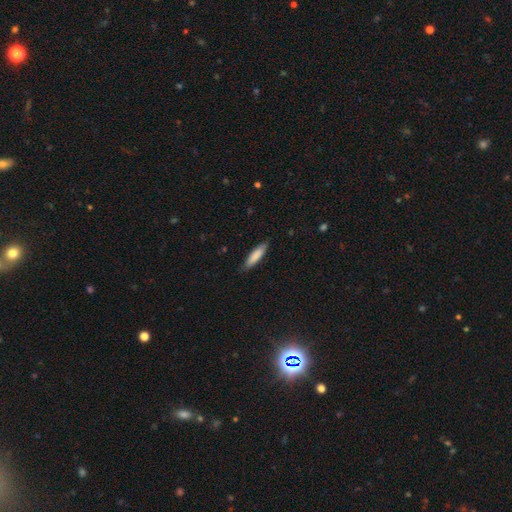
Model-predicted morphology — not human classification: Smooth or featured? Predicted: smooth (p=0.84). How rounded? Predicted: cigar-shaped (p=0.73). Merging? Predicted: none (p=0.85).